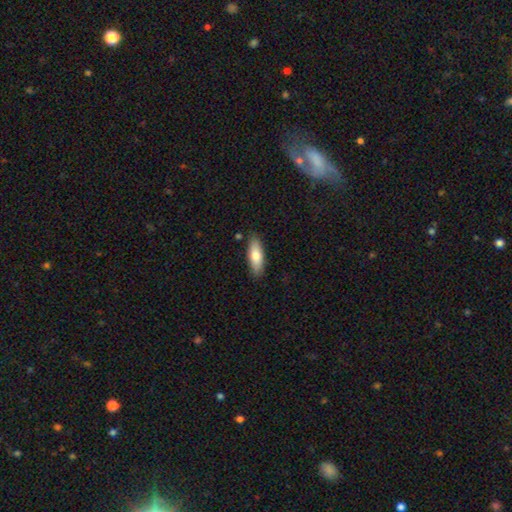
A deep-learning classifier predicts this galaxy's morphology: A smooth galaxy with no disk features (75%) that is in between round and cigar-shaped (60%). Merging: none (84%).